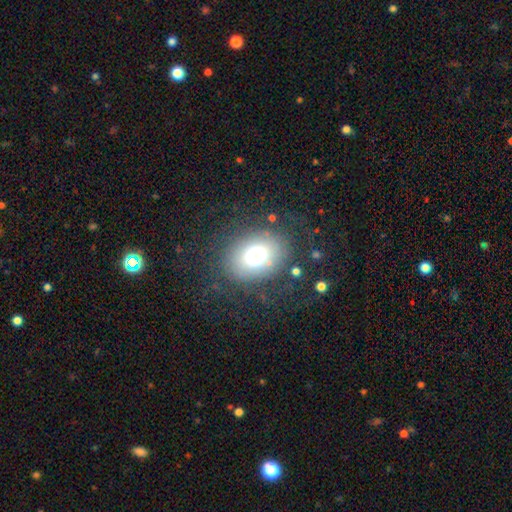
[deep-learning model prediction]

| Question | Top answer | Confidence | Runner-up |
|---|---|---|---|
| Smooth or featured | smooth | 71% | featured or disk (18%) |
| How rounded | in between | 69% | round (30%) |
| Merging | none | 75% | minor disturbance (14%) |